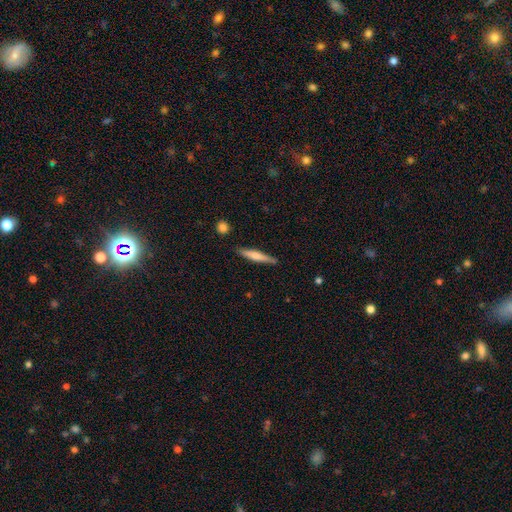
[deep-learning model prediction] This is possibly a smooth galaxy (53%). How rounded: clearly cigar-shaped (92%). Merging: clearly none (85%).